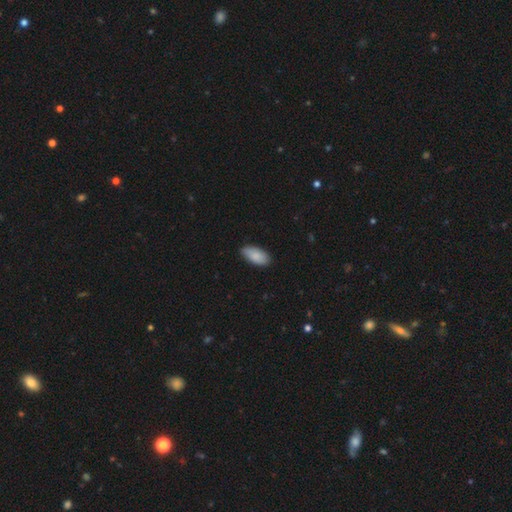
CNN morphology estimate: This appears to be a smooth galaxy with no disk features (89%) that is in between round and cigar-shaped (93%). Merging: none (83%).